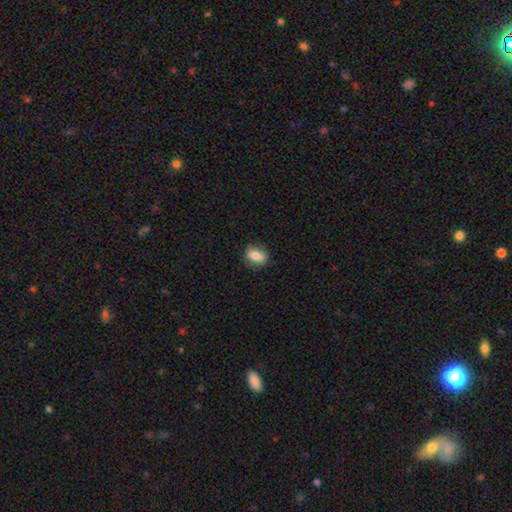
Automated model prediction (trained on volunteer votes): This appears to be a smooth galaxy with no disk features (84%) that is in between round and cigar-shaped (79%). Merging: none (83%).